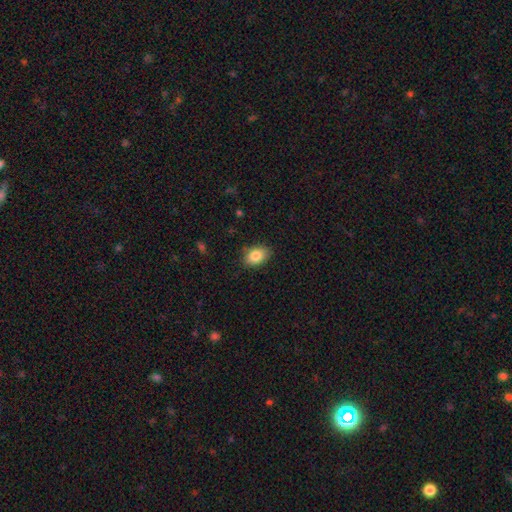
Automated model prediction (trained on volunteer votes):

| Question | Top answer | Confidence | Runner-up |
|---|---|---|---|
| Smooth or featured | smooth | 85% | star or artifact (8%) |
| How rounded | in between | 82% | round (17%) |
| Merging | none | 83% | minor disturbance (13%) |